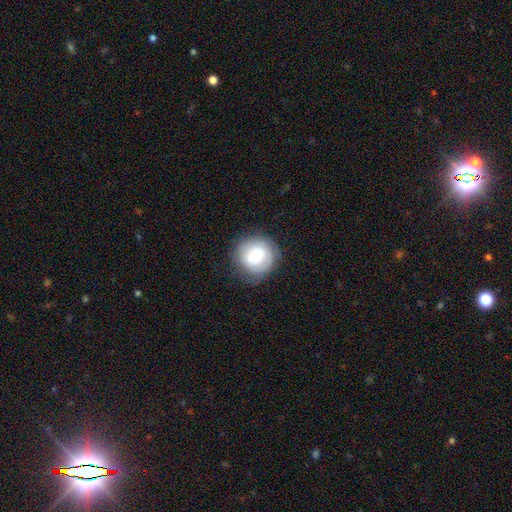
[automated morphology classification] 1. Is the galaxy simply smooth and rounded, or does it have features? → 58% smooth, 34% featured or disk, 8% star or artifact.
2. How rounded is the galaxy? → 88% round, 11% in between, 1% cigar-shaped.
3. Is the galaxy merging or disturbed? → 76% none, 17% minor disturbance, 6% major disturbance, 1% merger.